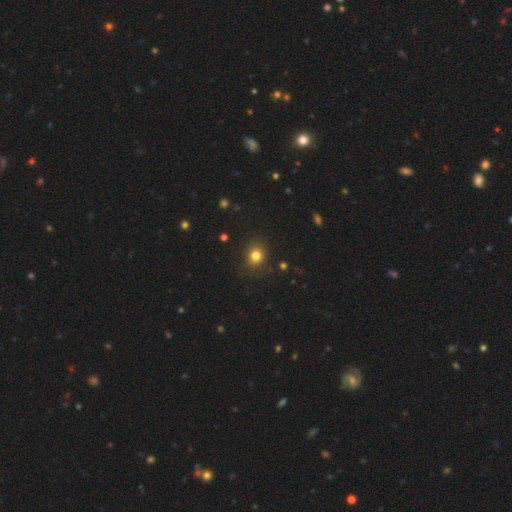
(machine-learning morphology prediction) smooth 80%, star or artifact 14%, featured or disk 6%. Down the decision tree: how rounded — round (76%); merging — none (87%).